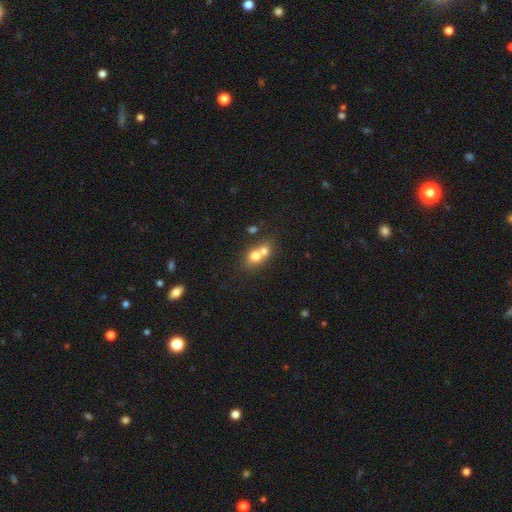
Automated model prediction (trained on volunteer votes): Morphology: type=smooth (71%); roundness=round (60%); merging=merger (65%).